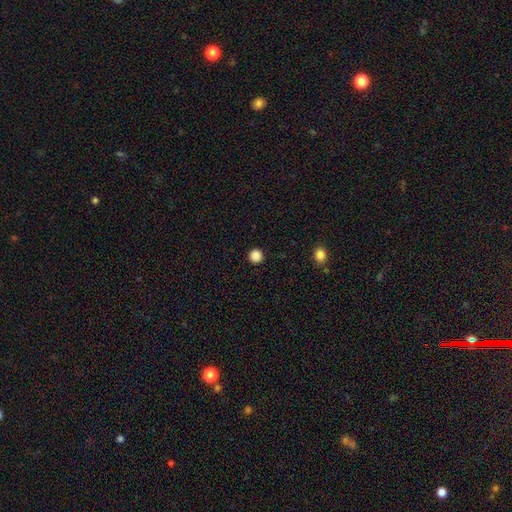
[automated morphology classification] This is clearly a smooth galaxy (87%). How rounded: clearly round (96%). Merging: clearly none (93%).